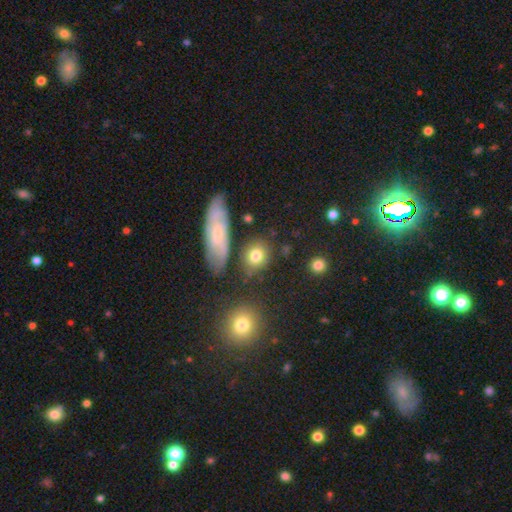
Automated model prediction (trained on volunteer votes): smooth-or-featured: smooth: 76% | featured or disk: 13% | star or artifact: 10%
  how-rounded: round: 62% | in between: 34% | cigar-shaped: 4%
  merging: none: 73% | minor disturbance: 14% | merger: 8% | major disturbance: 5%